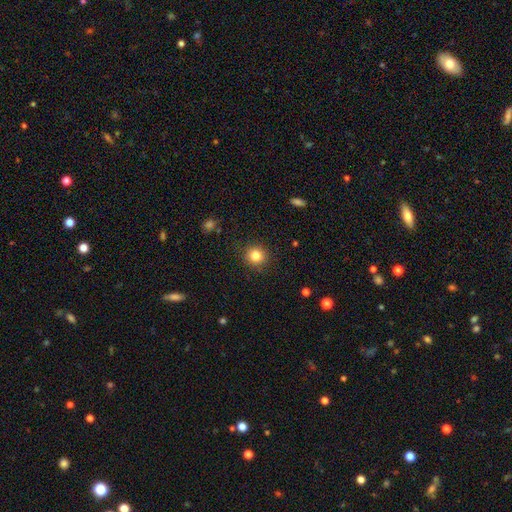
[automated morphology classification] Smooth or featured? Predicted: smooth (p=0.83). How rounded? Predicted: round (p=0.92). Merging? Predicted: none (p=0.90).